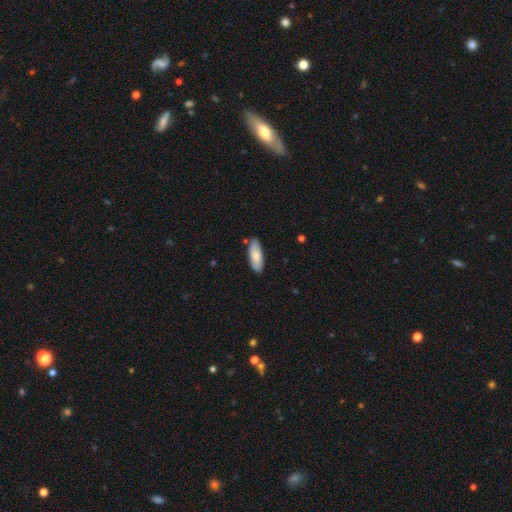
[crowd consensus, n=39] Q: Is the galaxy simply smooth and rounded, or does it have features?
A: smooth — 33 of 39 (85%).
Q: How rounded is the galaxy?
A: in between — 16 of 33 (48%, tied with cigar-shaped).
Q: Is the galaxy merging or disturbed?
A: none — 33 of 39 (85%).